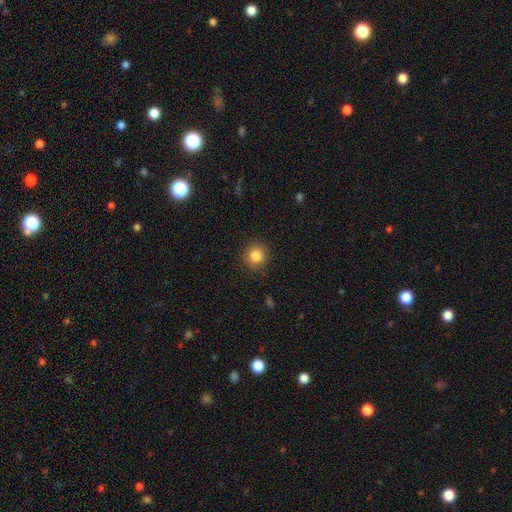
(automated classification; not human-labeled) Smooth or featured? Predicted: smooth (p=0.85). How rounded? Predicted: round (p=0.92). Merging? Predicted: none (p=0.89).